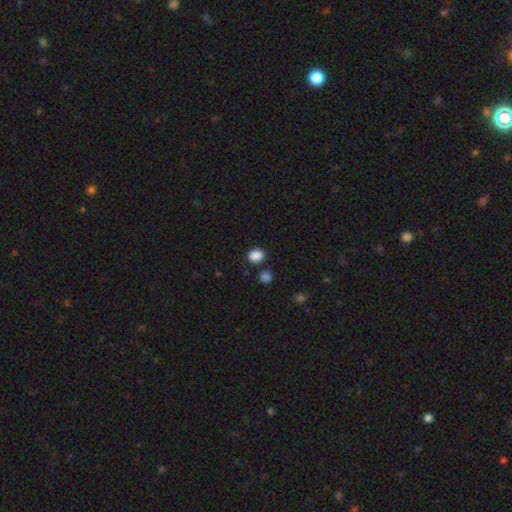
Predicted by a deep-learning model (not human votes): Smooth or featured?
  - smooth: 87% *
  - star or artifact: 10%
  - featured or disk: 3%
How rounded?
  - round: 52% *
  - in between: 47%
  - cigar-shaped: 1%
Merging?
  - none: 81% *
  - minor disturbance: 10%
  - merger: 6%
  - major disturbance: 3%